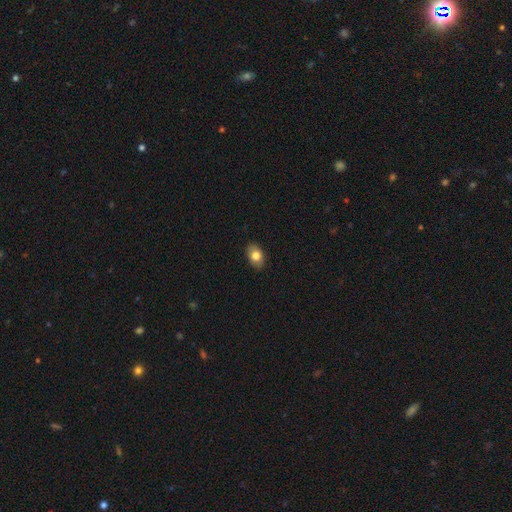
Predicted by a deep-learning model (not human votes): Smooth or featured: smooth — 80% (featured or disk — 12%)
How rounded: in between — 86% (round — 13%)
Merging: none — 88% (minor disturbance — 10%)